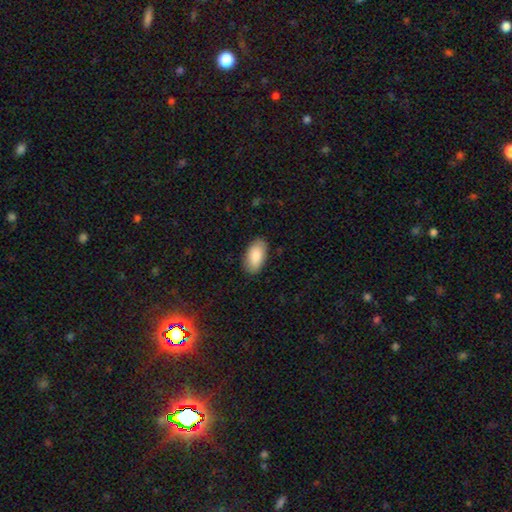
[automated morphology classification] smooth 88%, featured or disk 6%, star or artifact 6%. Down the decision tree: how rounded — in between (95%); merging — none (86%).